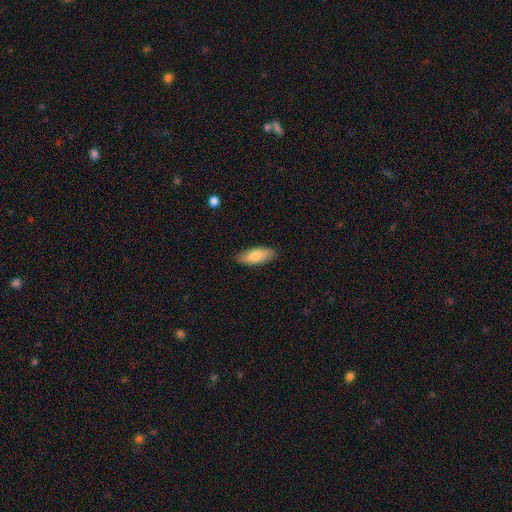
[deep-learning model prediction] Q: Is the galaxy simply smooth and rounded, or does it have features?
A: smooth — 80%.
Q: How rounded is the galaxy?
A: in between — 79%.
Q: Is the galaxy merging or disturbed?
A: none — 86%.